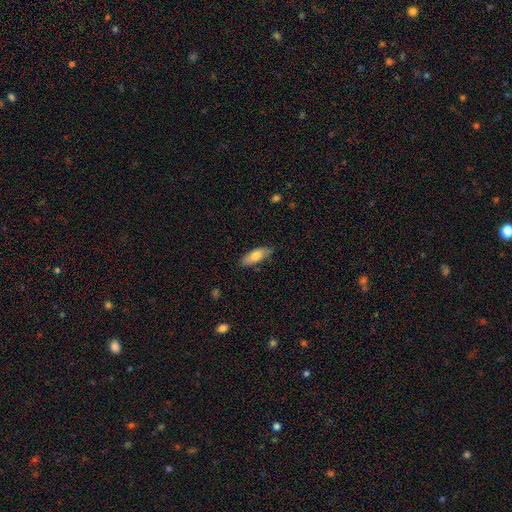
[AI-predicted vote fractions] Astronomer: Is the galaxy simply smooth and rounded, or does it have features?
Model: smooth — 77%.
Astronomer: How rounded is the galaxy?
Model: in between — 72%.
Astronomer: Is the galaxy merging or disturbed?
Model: none — 82%.